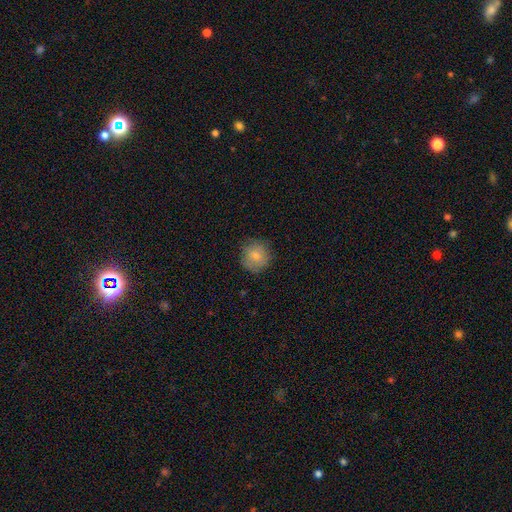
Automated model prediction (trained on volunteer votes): Smooth or featured: smooth — 80% (featured or disk — 12%)
How rounded: round — 91% (in between — 8%)
Merging: none — 81% (minor disturbance — 14%)